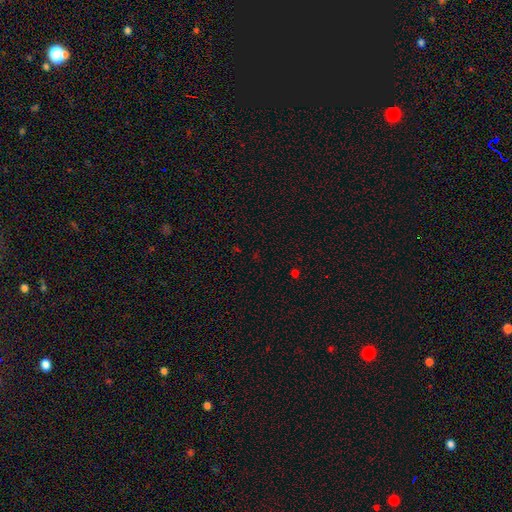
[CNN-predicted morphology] Smooth or featured: star or artifact — 65% (smooth — 28%)